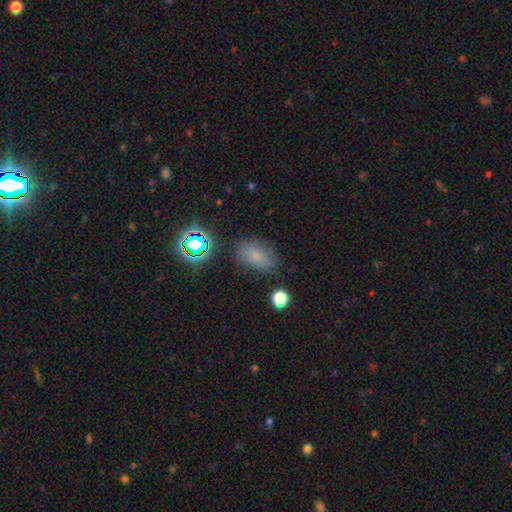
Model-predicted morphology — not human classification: Smooth or featured?
  - smooth: 65% *
  - star or artifact: 21%
  - featured or disk: 14%
How rounded?
  - in between: 85% *
  - round: 12%
  - cigar-shaped: 3%
Merging?
  - none: 72% *
  - minor disturbance: 19%
  - major disturbance: 6%
  - merger: 3%